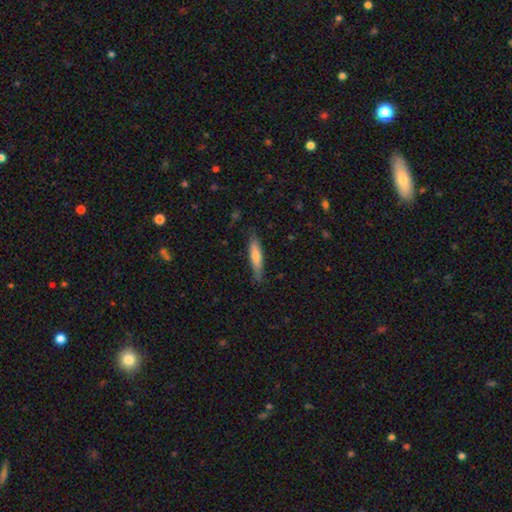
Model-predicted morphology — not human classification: Smooth or featured: smooth — 64% (featured or disk — 31%)
How rounded: cigar-shaped — 85% (in between — 14%)
Merging: none — 83% (minor disturbance — 14%)